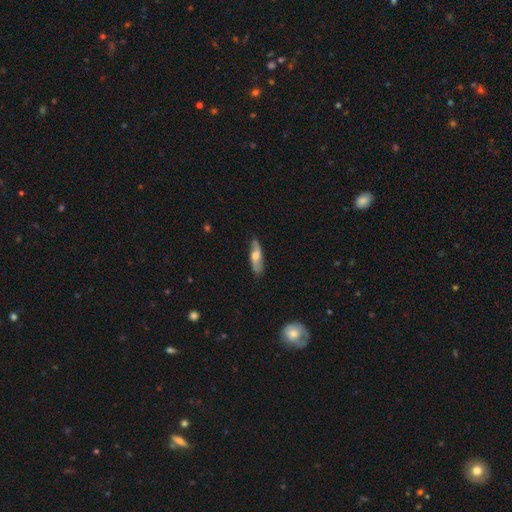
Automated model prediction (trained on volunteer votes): Morphology: type=featured or disk (50%); merging=none (79%).